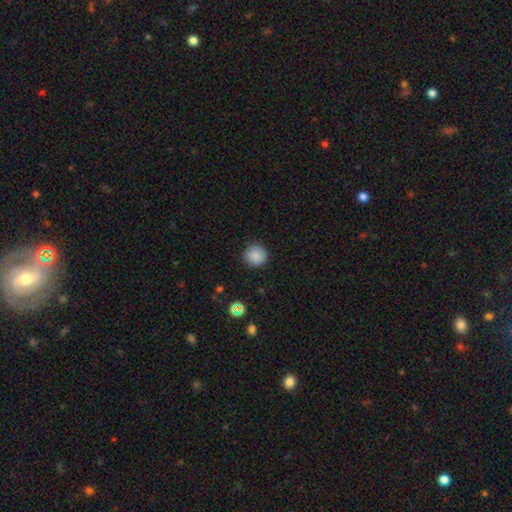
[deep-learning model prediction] Morphology: type=smooth (86%); roundness=round (93%); merging=none (88%).